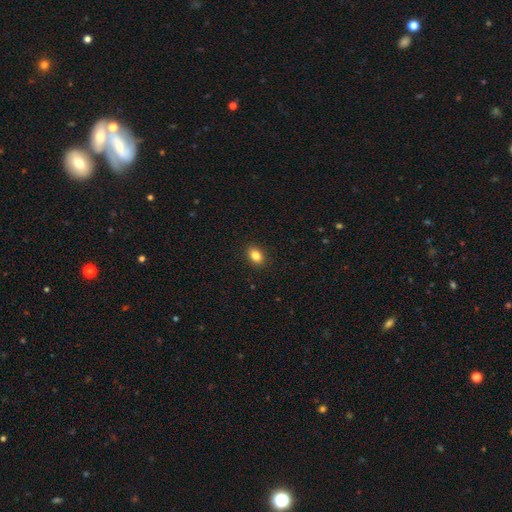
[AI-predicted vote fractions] The model was most divided on "how rounded": in between: 76%, round: 23%, cigar-shaped: 1%. More confident: merging — none (90%); smooth or featured — smooth (85%).